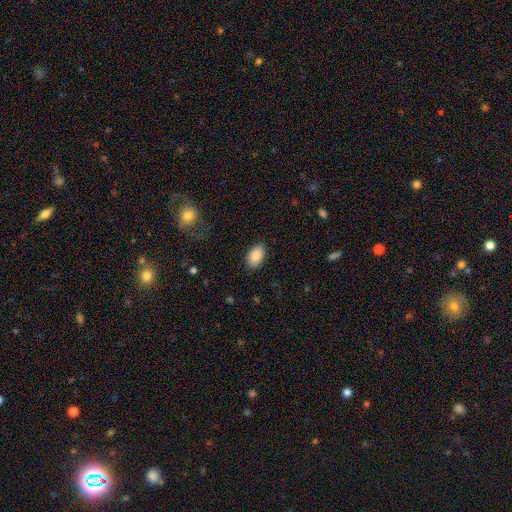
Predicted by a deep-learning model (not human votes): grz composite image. It shows a smooth galaxy with no disk features (87%) that is in between round and cigar-shaped (91%). Merging: none (86%).